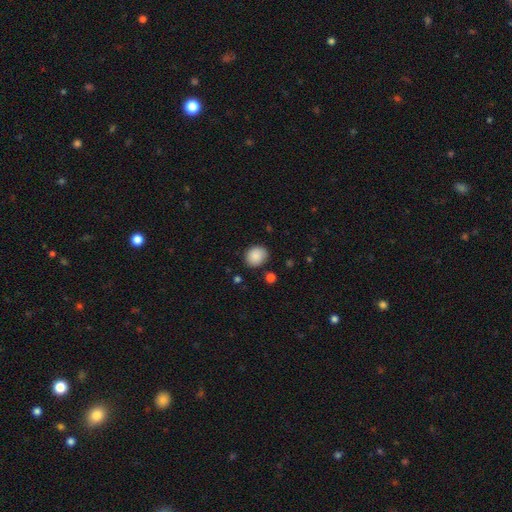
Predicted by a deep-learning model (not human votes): smooth_or_featured: smooth (p=0.88) [alt: star or artifact p=0.08]
how_rounded: round (p=0.62) [alt: in between p=0.37]
merging: none (p=0.83) [alt: minor disturbance p=0.12]